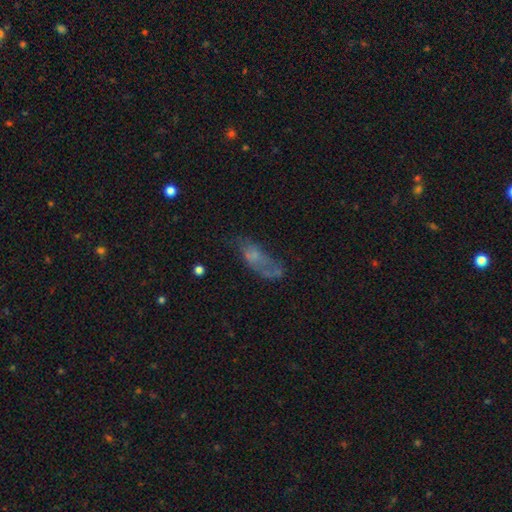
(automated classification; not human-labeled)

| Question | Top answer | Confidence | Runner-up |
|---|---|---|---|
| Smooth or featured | smooth | 45% | featured or disk (39%) |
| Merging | none | 38% | major disturbance (30%) |